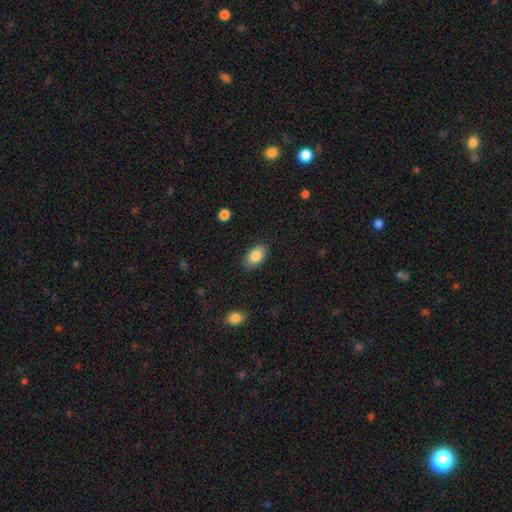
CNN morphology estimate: This appears to be a smooth galaxy with no disk features (84%) that is in between round and cigar-shaped (92%). Merging: none (86%).